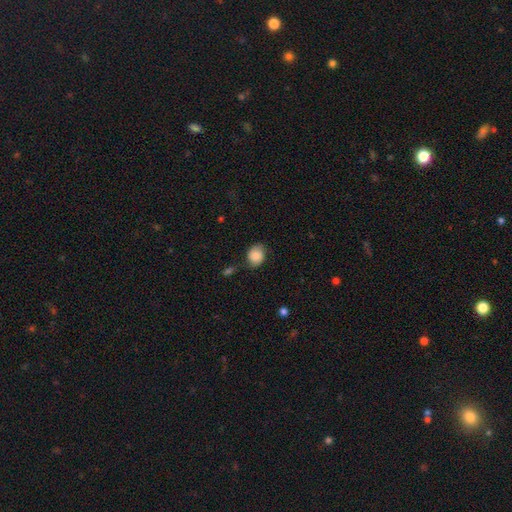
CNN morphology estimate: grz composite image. It shows a smooth galaxy with no disk features (79%) that is round (53%). Merging: none (62%).